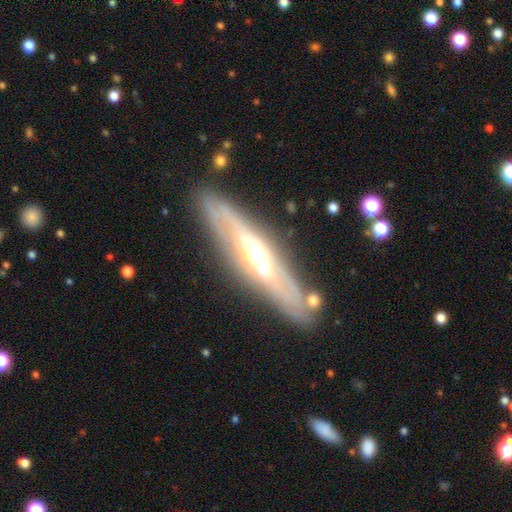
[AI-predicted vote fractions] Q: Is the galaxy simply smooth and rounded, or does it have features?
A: featured or disk — 77%.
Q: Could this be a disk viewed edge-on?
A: yes — 63%.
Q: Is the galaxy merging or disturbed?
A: none — 80%.